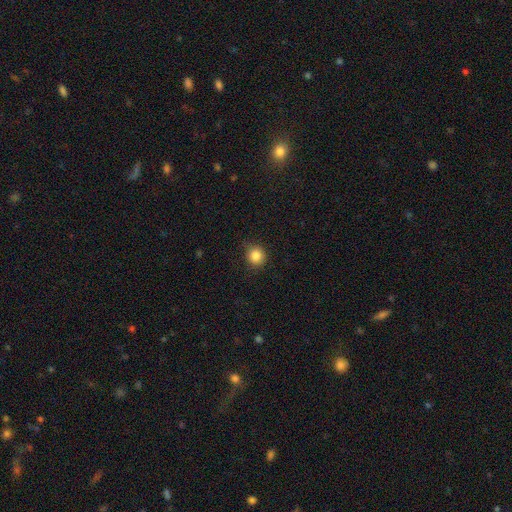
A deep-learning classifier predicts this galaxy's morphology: smooth 85%, star or artifact 11%, featured or disk 4%. Down the decision tree: how rounded — round (91%); merging — none (82%).